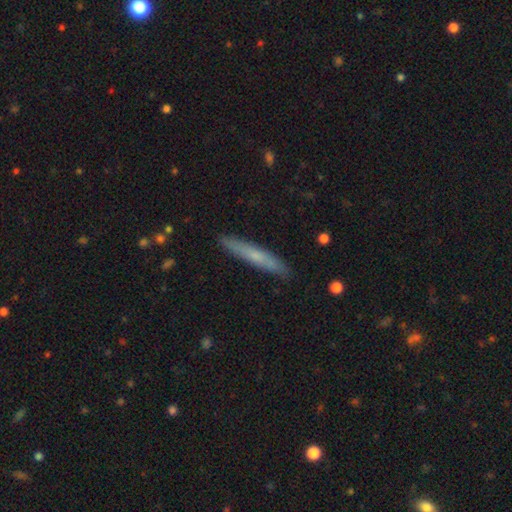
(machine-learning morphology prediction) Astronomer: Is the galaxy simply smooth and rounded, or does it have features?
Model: smooth — 56% (runner-up: featured or disk, 38%).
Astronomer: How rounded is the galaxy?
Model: cigar-shaped — 95%.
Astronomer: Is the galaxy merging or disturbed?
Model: none — 90%.